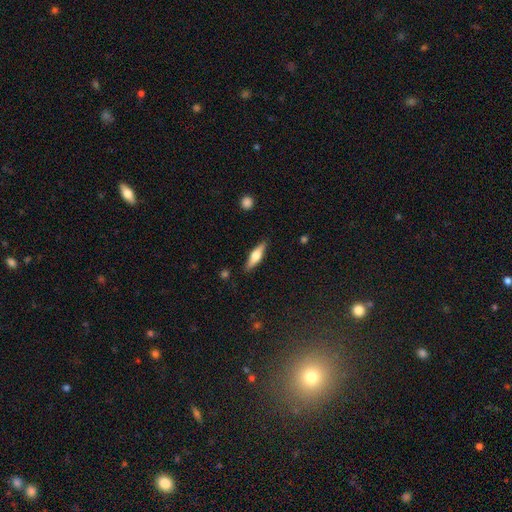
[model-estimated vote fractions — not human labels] Smooth or featured? featured or disk (51%)
Edge-on disk? yes (95%)
Merging? none (87%)